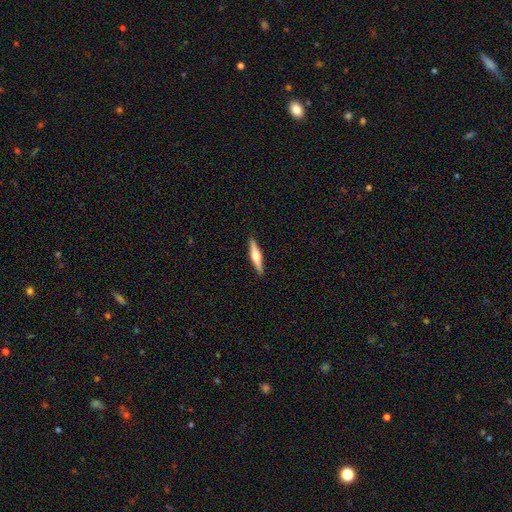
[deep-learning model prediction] Smooth or featured? featured or disk (56%)
Edge-on disk? yes (97%)
Edge-on bulge? rounded (86%)
Merging? none (91%)